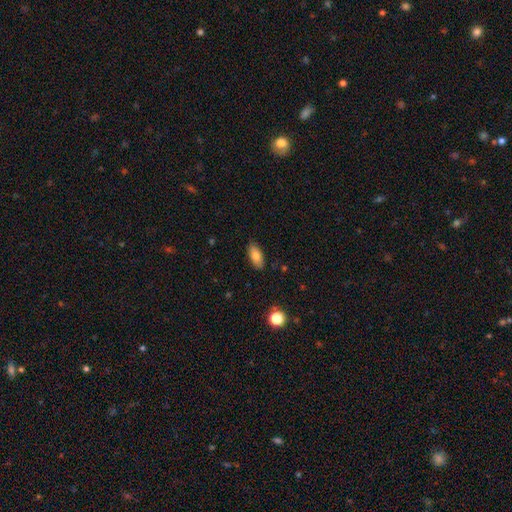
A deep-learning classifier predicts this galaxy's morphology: Q: Smooth or featured?
A: smooth (81%); runner-up: featured or disk (11%)
Q: How rounded?
A: in between (88%); runner-up: cigar-shaped (10%)
Q: Merging?
A: none (87%); runner-up: minor disturbance (10%)